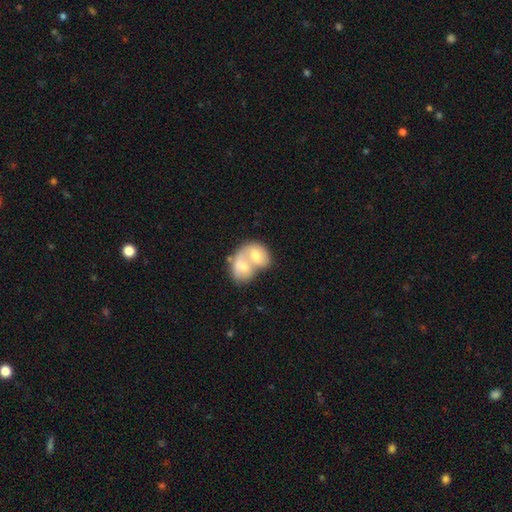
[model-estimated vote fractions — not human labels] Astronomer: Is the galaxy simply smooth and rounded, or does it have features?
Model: smooth — 63%.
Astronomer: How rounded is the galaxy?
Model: in between — 64%.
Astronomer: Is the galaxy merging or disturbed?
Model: merger — 82%.